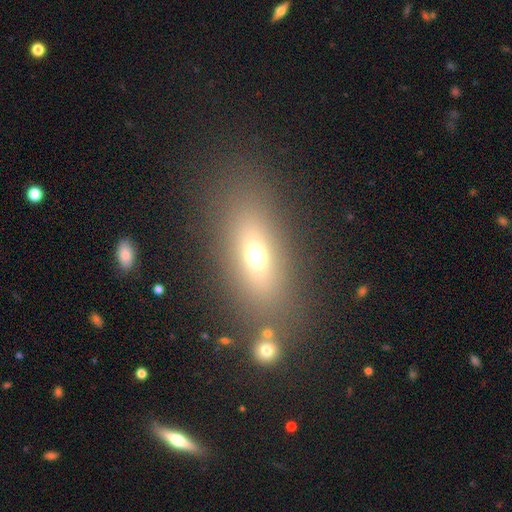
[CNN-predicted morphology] smooth_or_featured: smooth (p=0.62) [alt: featured or disk p=0.22]
how_rounded: in between (p=0.69) [alt: cigar-shaped p=0.20]
merging: none (p=0.75) [alt: minor disturbance p=0.11]